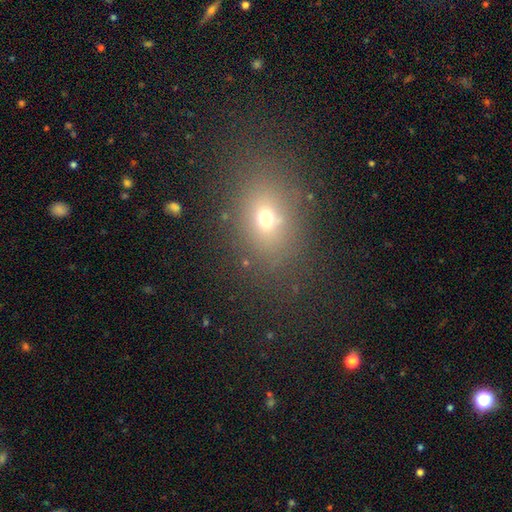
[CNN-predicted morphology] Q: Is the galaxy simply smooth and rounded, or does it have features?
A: smooth — 63%.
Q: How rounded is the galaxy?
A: in between — 67%.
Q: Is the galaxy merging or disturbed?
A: none — 85%.